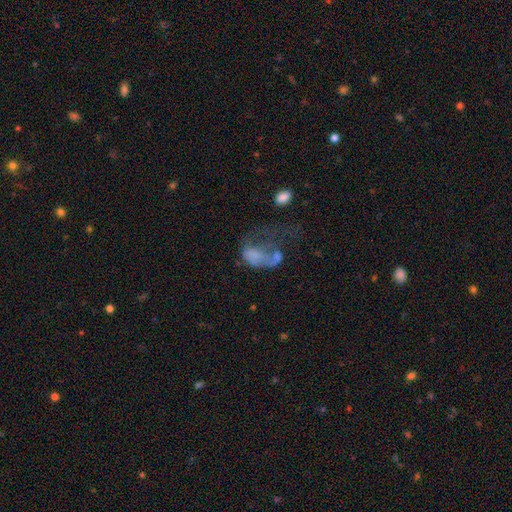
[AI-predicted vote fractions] Smooth or featured?
  - featured or disk: 45% *
  - smooth: 42%
  - star or artifact: 13%
Merging?
  - major disturbance: 56% *
  - merger: 20%
  - none: 13%
  - minor disturbance: 11%